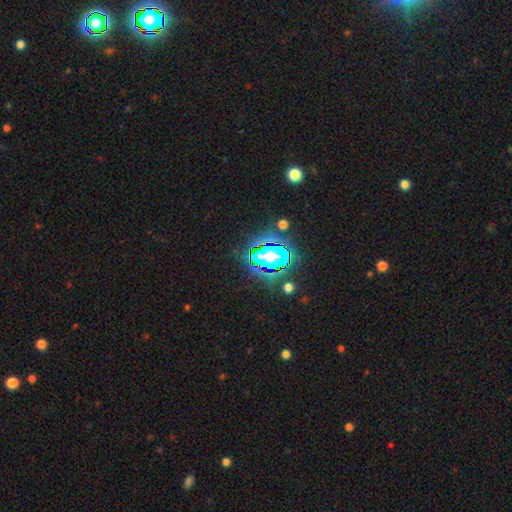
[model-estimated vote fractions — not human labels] Smooth or featured?
  - star or artifact: 67% *
  - smooth: 19%
  - featured or disk: 13%